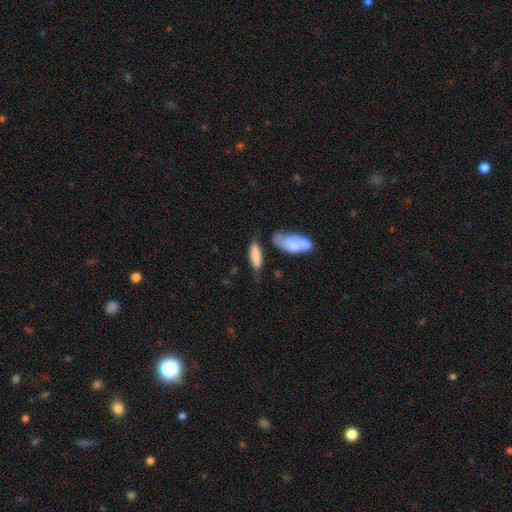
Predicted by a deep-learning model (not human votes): Overall: smooth (77%). How rounded: in between (50%; cigar-shaped 48%). Merging: none (42%; minor disturbance 28%).